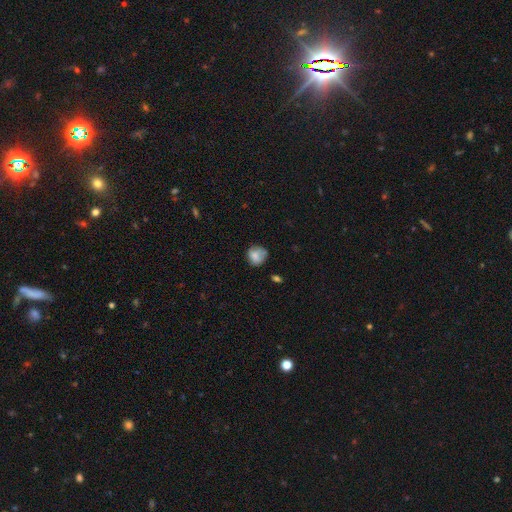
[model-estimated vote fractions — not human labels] A smooth galaxy with no disk features (73%) that is round (78%). Merging: none (58%).